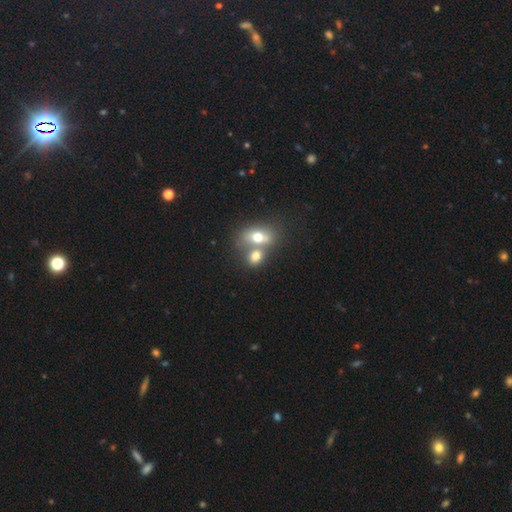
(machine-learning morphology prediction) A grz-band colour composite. It shows a smooth galaxy with no disk features (71%) that is in between round and cigar-shaped (58%). Merging: merger (59%).